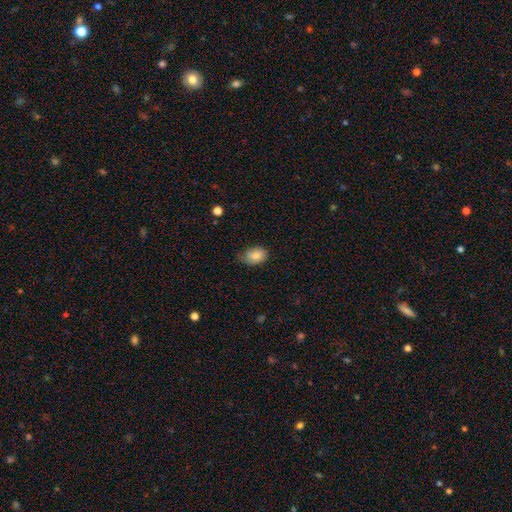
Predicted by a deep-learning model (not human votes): Overall: smooth (83%). How rounded: in between (84%). Merging: none (59%; minor disturbance 33%).